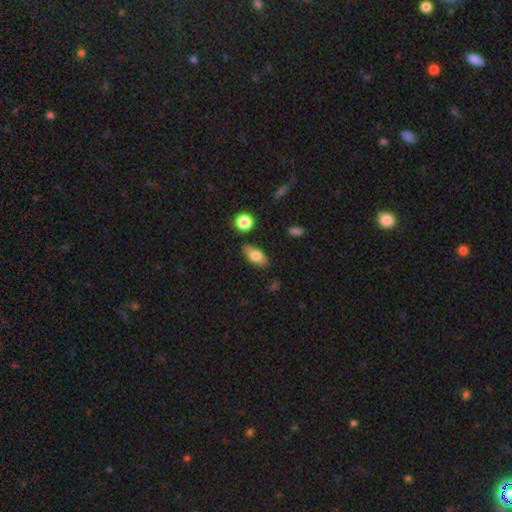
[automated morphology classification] Q: Smooth or featured?
A: smooth (74%); runner-up: featured or disk (19%)
Q: How rounded?
A: in between (85%); runner-up: cigar-shaped (9%)
Q: Merging?
A: none (81%); runner-up: minor disturbance (13%)